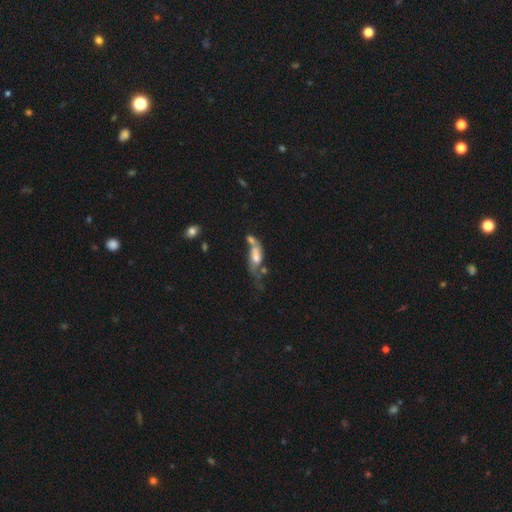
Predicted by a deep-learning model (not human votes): Smooth or featured: smooth — 48% (featured or disk — 42%)
Merging: merger — 43% (major disturbance — 25%)